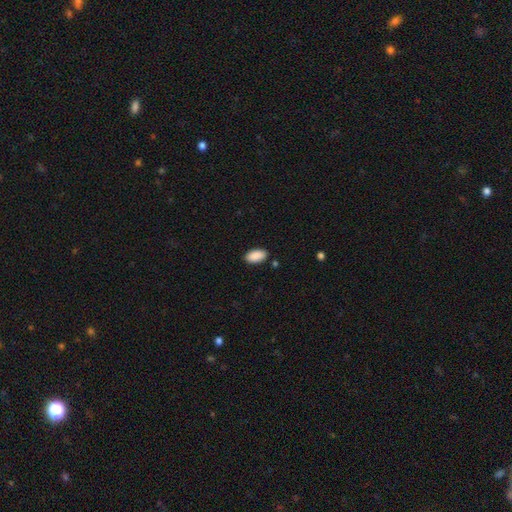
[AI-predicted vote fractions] Smooth or featured? Predicted: smooth (p=0.91). How rounded? Predicted: in between (p=0.95). Merging? Predicted: none (p=0.88).